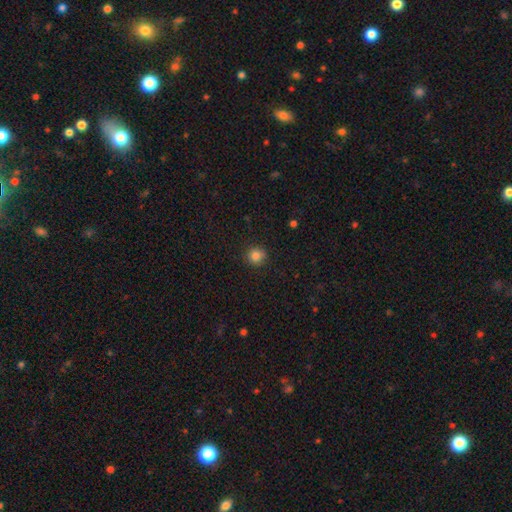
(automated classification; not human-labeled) Smooth or featured? smooth (84%)
How rounded? round (91%)
Merging? none (88%)